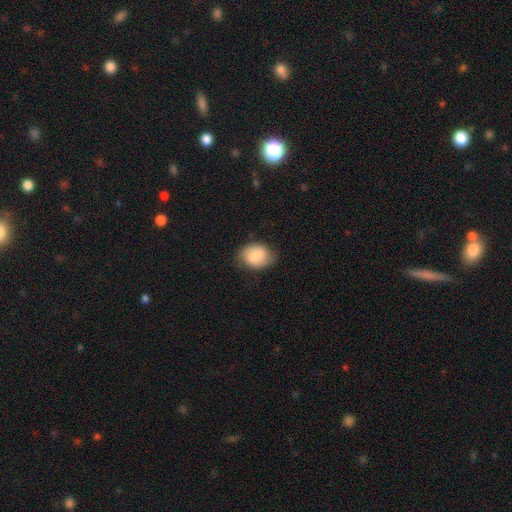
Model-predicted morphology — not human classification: Smooth or featured?
  - smooth: 81% *
  - featured or disk: 12%
  - star or artifact: 7%
How rounded?
  - in between: 66% *
  - round: 33%
  - cigar-shaped: 1%
Merging?
  - none: 75% *
  - minor disturbance: 19%
  - major disturbance: 5%
  - merger: 1%